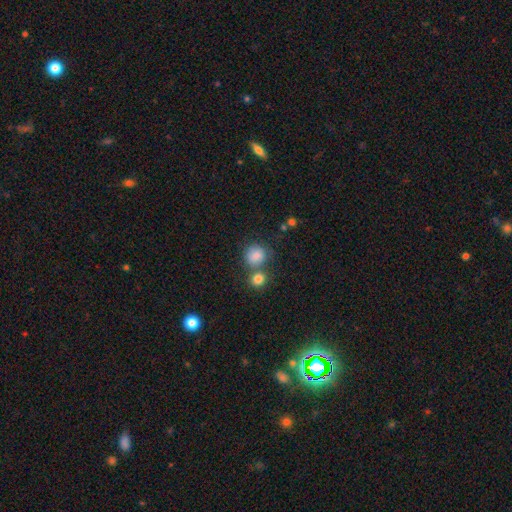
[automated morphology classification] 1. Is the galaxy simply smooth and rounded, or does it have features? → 84% smooth, 10% star or artifact, 6% featured or disk.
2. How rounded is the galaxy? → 83% round, 17% in between, 1% cigar-shaped.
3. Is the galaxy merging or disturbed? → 54% none, 29% merger, 12% minor disturbance, 5% major disturbance.